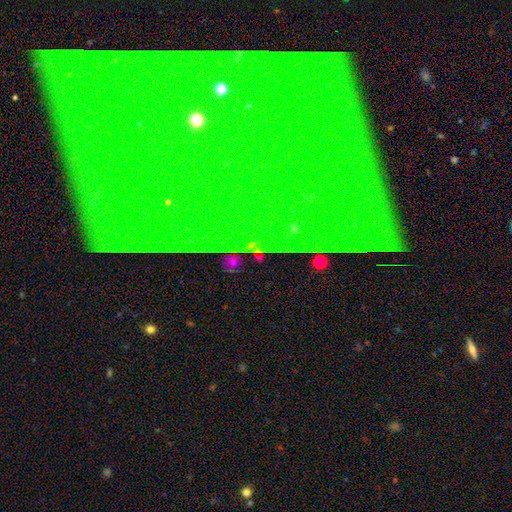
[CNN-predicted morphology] Smooth or featured? star or artifact (78%)